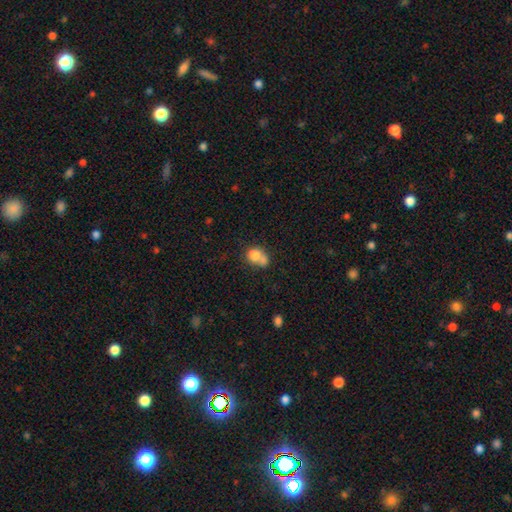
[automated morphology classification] Q: Smooth or featured?
A: smooth (77%); runner-up: featured or disk (13%)
Q: How rounded?
A: round (63%); runner-up: in between (36%)
Q: Merging?
A: merger (53%); runner-up: none (29%)